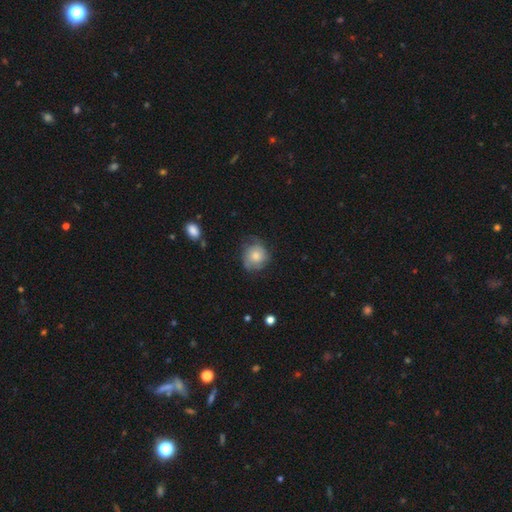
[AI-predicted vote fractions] Q: Smooth or featured?
A: smooth (65%); runner-up: featured or disk (28%)
Q: How rounded?
A: round (82%); runner-up: in between (17%)
Q: Merging?
A: none (58%); runner-up: minor disturbance (29%)